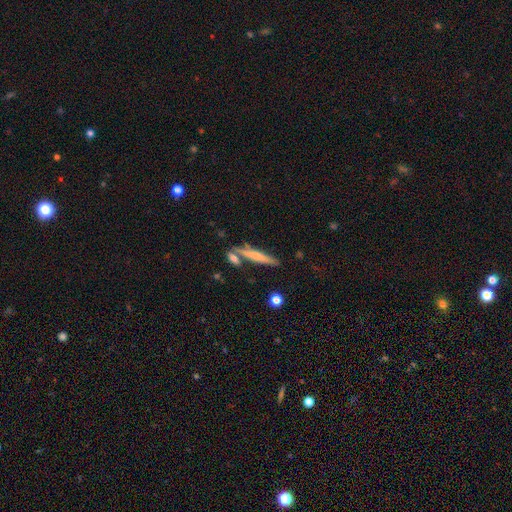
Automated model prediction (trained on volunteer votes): The model was most divided on "smooth or featured": smooth: 55%, featured or disk: 39%, star or artifact: 7%. More confident: how rounded — cigar-shaped (91%); merging — none (68%).